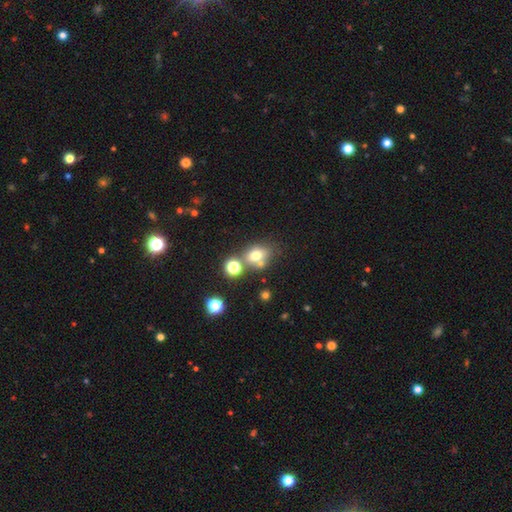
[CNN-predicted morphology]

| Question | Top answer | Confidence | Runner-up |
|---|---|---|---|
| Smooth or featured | smooth | 70% | star or artifact (16%) |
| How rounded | round | 53% | in between (46%) |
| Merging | none | 53% | merger (27%) |